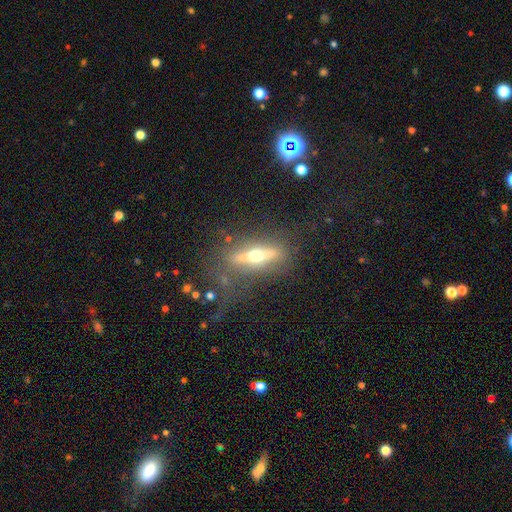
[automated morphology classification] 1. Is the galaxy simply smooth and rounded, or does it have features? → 70% featured or disk, 22% smooth, 7% star or artifact.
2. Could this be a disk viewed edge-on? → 83% yes, 17% no.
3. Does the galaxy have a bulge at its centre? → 94% rounded, 3% none, 2% boxy.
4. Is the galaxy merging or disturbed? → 66% none, 16% minor disturbance, 15% major disturbance, 3% merger.